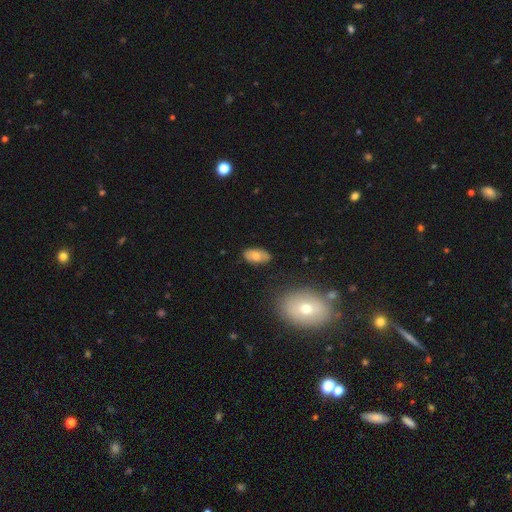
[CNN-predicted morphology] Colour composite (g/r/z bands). It shows a smooth galaxy with no disk features (69%) that is in between round and cigar-shaped (91%). Merging: none (77%).